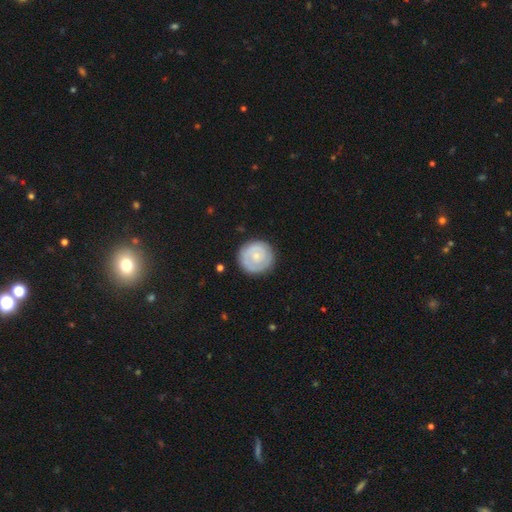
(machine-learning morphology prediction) Smooth or featured?
  - featured or disk: 53% *
  - smooth: 42%
  - star or artifact: 5%
Edge-on disk?
  - no: 98% *
  - yes: 2%
Bar?
  - no: 81% *
  - weak: 16%
  - strong: 3%
Spiral arms?
  - yes: 63% *
  - no: 37%
Bulge size?
  - small: 64% *
  - moderate: 27%
  - none: 5%
  - large: 2%
  - dominant: 1%
Merging?
  - none: 83% *
  - minor disturbance: 12%
  - major disturbance: 4%
  - merger: 1%